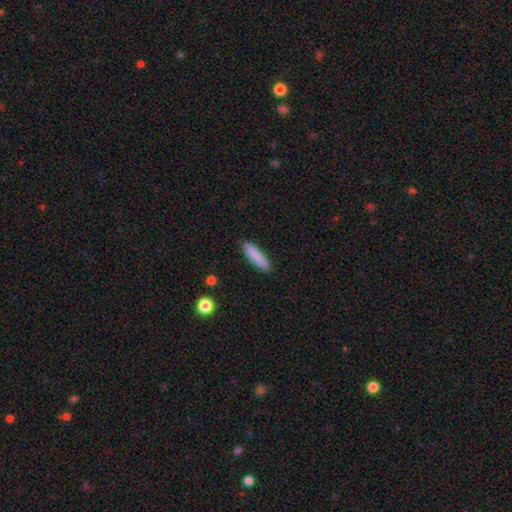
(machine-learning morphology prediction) smooth_or_featured: smooth (p=0.87) [alt: featured or disk p=0.06]
how_rounded: cigar-shaped (p=0.71) [alt: in between p=0.28]
merging: none (p=0.87) [alt: minor disturbance p=0.10]